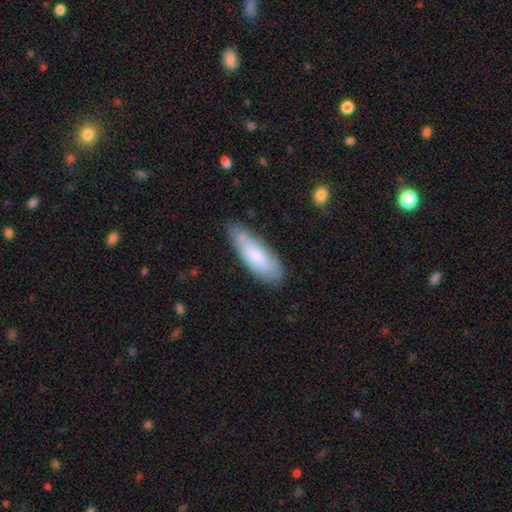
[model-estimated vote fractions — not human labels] A smooth galaxy with no disk features (71%) that is in between round and cigar-shaped (56%). Merging: none (66%).